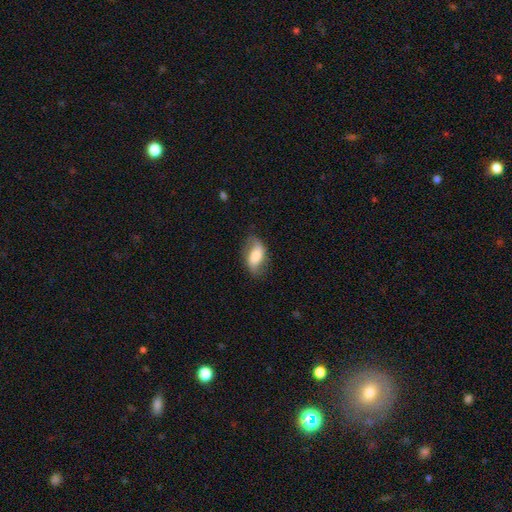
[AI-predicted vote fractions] The model was most divided on "smooth or featured": smooth: 47%, featured or disk: 45%, star or artifact: 8%. More confident: merging — none (70%).